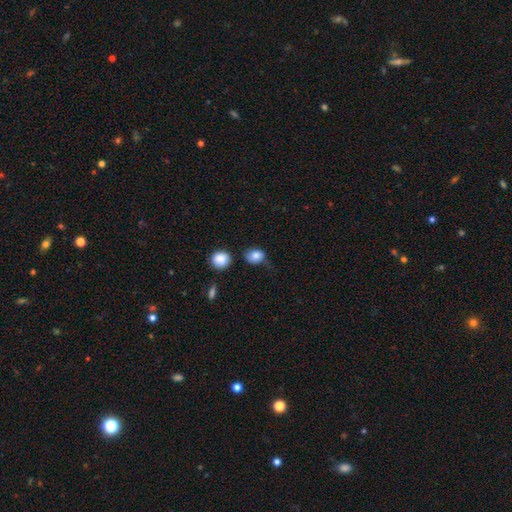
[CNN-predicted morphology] Smooth or featured? smooth (82%)
How rounded? in between (56%)
Merging? none (48%)